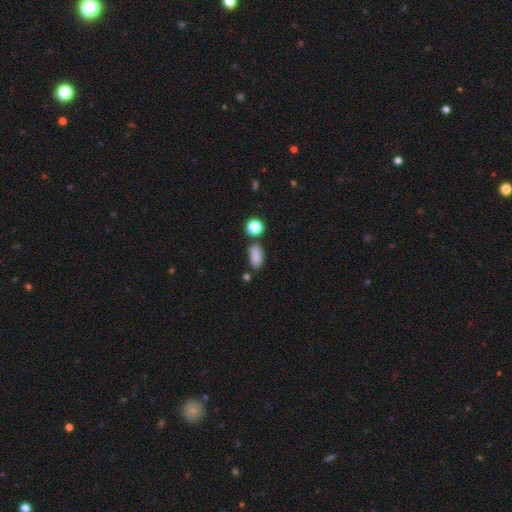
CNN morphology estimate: Smooth or featured? smooth (82%)
How rounded? in between (86%)
Merging? none (65%)